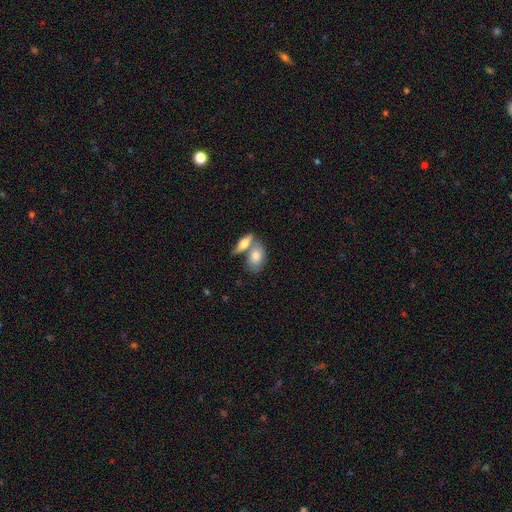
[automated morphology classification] smooth 77%, featured or disk 17%, star or artifact 6%. Down the decision tree: how rounded — in between (86%); merging — merger (50%).